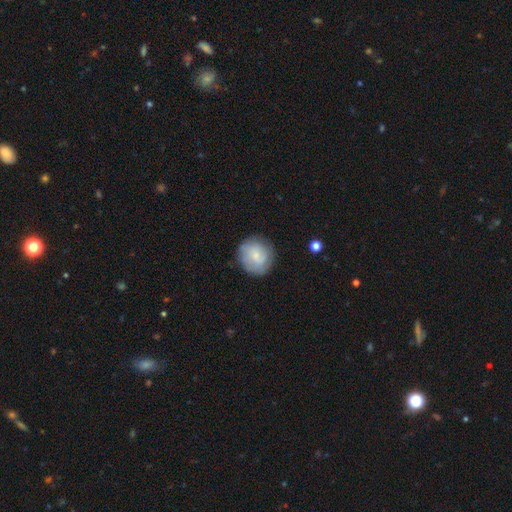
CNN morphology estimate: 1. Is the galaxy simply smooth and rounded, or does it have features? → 69% smooth, 24% featured or disk, 7% star or artifact.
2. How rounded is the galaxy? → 89% round, 10% in between, 1% cigar-shaped.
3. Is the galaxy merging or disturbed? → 80% none, 14% minor disturbance, 4% major disturbance, 1% merger.